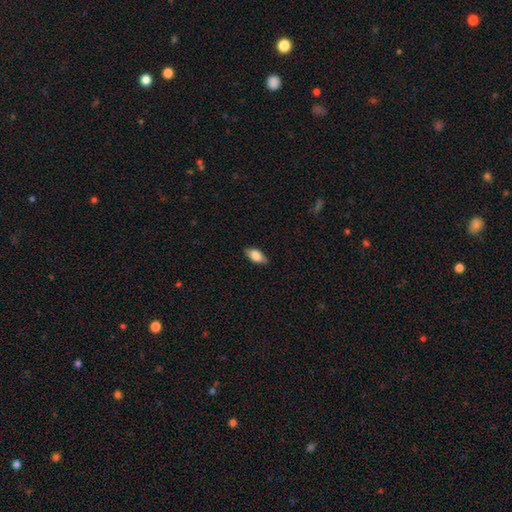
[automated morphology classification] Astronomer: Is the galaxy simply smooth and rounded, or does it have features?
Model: smooth — 79%.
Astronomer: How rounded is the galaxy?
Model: in between — 88%.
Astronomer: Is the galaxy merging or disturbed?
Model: none — 84%.